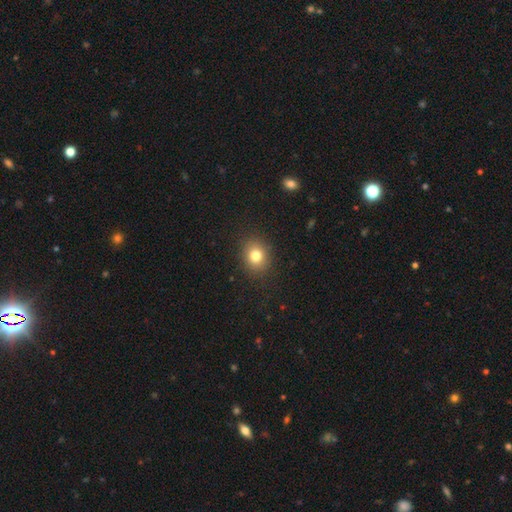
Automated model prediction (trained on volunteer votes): smooth 80%, star or artifact 12%, featured or disk 8%. Down the decision tree: how rounded — round (65%); merging — none (89%).